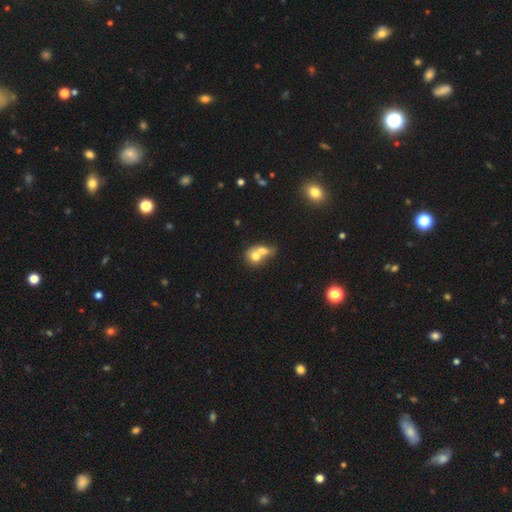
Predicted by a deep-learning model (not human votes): Smooth or featured? smooth (68%)
How rounded? round (60%)
Merging? merger (74%)